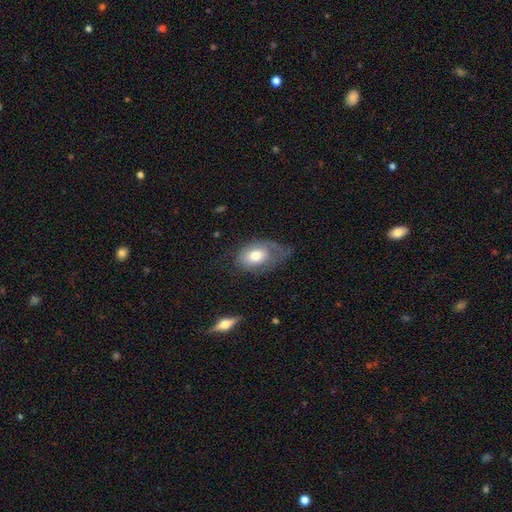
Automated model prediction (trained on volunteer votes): Smooth or featured? smooth (64%)
How rounded? in between (85%)
Merging? none (36%)